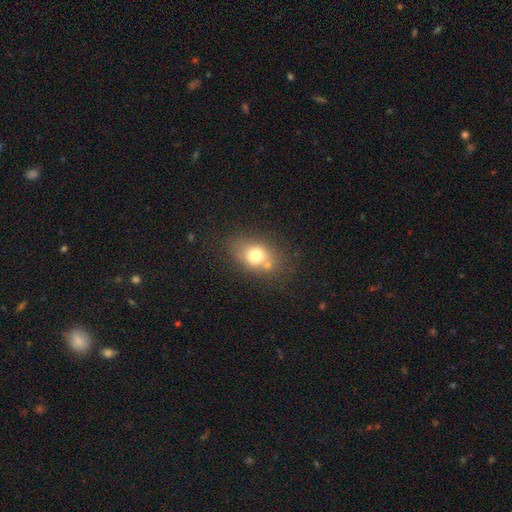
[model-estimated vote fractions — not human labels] smooth-or-featured: smooth: 72% | featured or disk: 16% | star or artifact: 12%
  how-rounded: in between: 61% | round: 38% | cigar-shaped: 2%
  merging: none: 63% | minor disturbance: 16% | merger: 15% | major disturbance: 6%